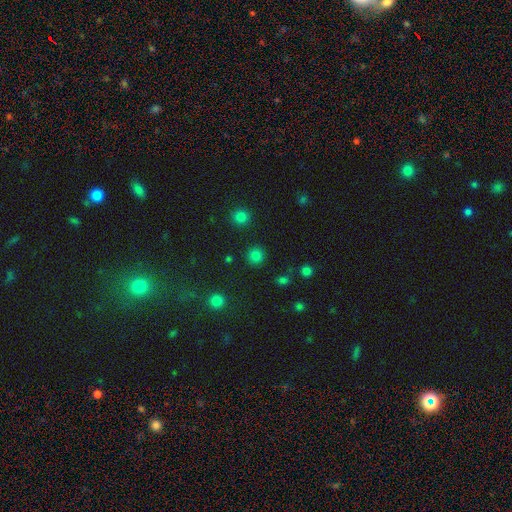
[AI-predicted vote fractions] Smooth or featured: smooth — 81% (star or artifact — 14%)
How rounded: round — 95% (in between — 4%)
Merging: none — 90% (minor disturbance — 5%)